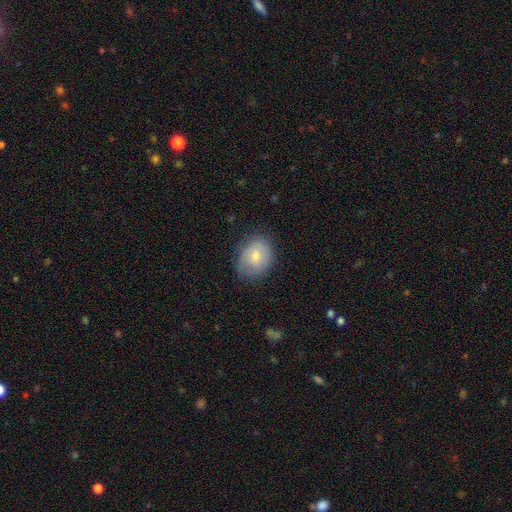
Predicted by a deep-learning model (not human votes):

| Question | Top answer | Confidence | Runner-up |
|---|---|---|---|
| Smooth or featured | smooth | 71% | featured or disk (22%) |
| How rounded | in between | 57% | round (42%) |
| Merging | none | 72% | minor disturbance (22%) |